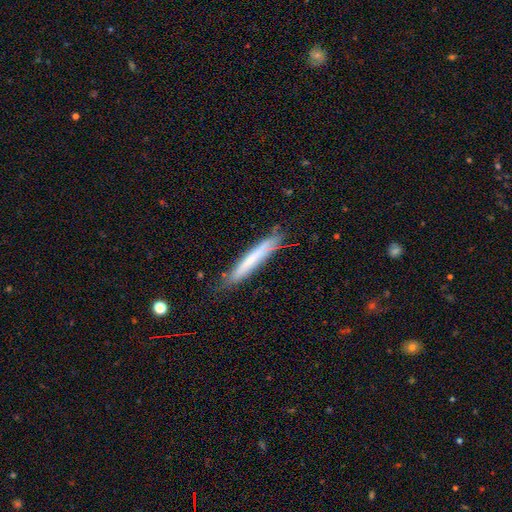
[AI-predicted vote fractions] Smooth or featured?
  - smooth: 57% *
  - featured or disk: 36%
  - star or artifact: 7%
How rounded?
  - cigar-shaped: 95% *
  - in between: 4%
  - round: 1%
Merging?
  - none: 81% *
  - minor disturbance: 15%
  - major disturbance: 3%
  - merger: 1%